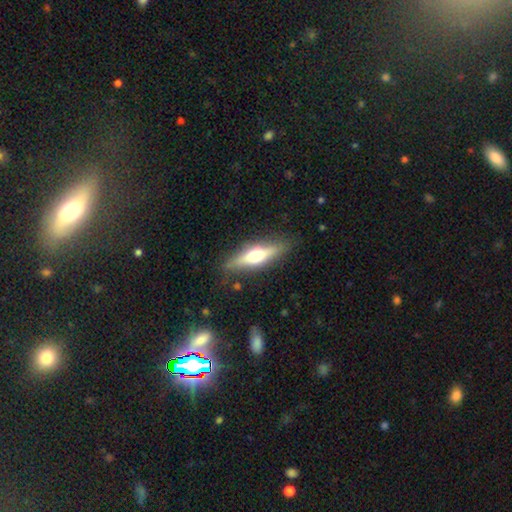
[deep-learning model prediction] A featured or disk galaxy (49%).

Vote fractions:
- Smooth or featured? featured or disk: 49% / smooth: 45% / star or artifact: 6%
- Merging? none: 82% / minor disturbance: 13% / major disturbance: 3% / merger: 2%